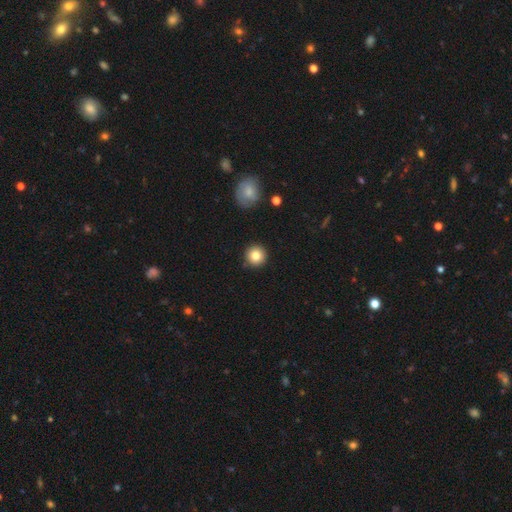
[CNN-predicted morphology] This appears to be a smooth galaxy with no disk features (83%) that is round (95%). Merging: none (90%).